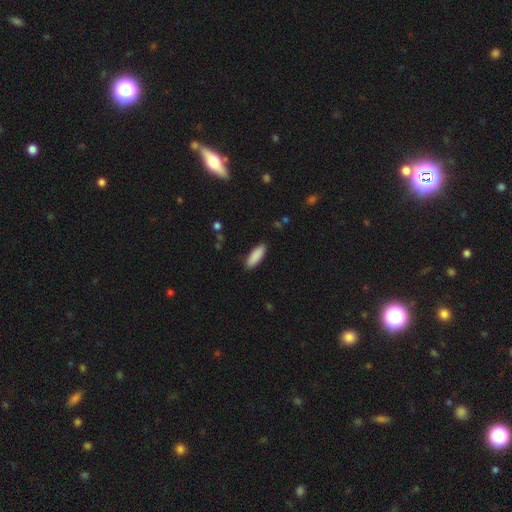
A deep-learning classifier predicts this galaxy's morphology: smooth 89%, star or artifact 6%, featured or disk 5%. Down the decision tree: how rounded — in between (58%); merging — none (89%).